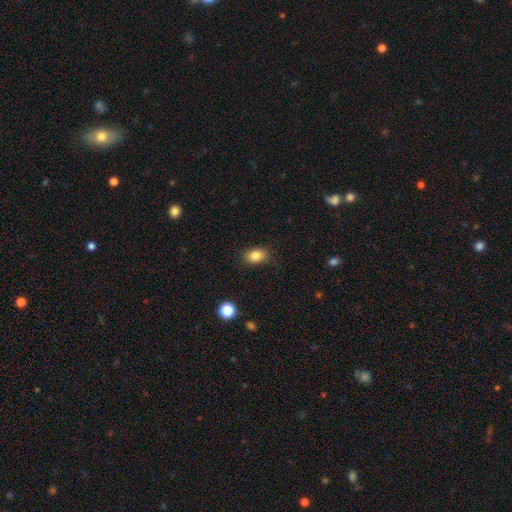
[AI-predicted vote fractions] Smooth or featured? smooth (83%)
How rounded? in between (78%)
Merging? none (84%)